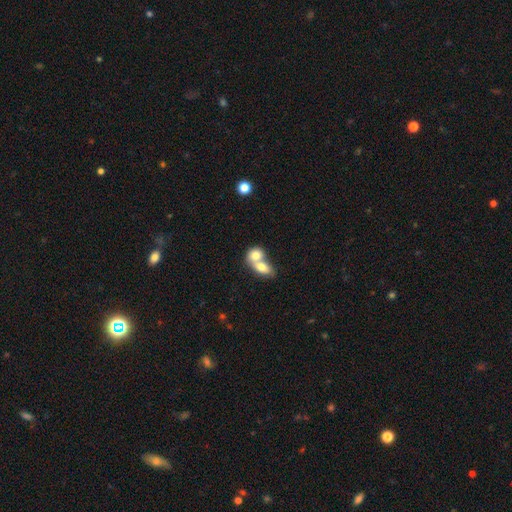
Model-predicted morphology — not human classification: A smooth galaxy with no disk features (73%) that is in between round and cigar-shaped (61%).

Vote fractions:
- Smooth or featured? smooth: 73% / featured or disk: 20% / star or artifact: 7%
- How rounded? in between: 61% / round: 37% / cigar-shaped: 2%
- Merging? merger: 79% / none: 14% / minor disturbance: 5% / major disturbance: 3%